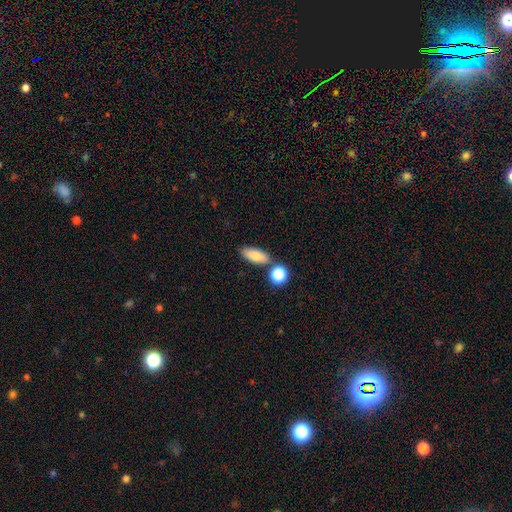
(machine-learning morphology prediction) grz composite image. It shows a smooth galaxy with no disk features (84%) that is in between round and cigar-shaped (78%). Merging: none (71%).